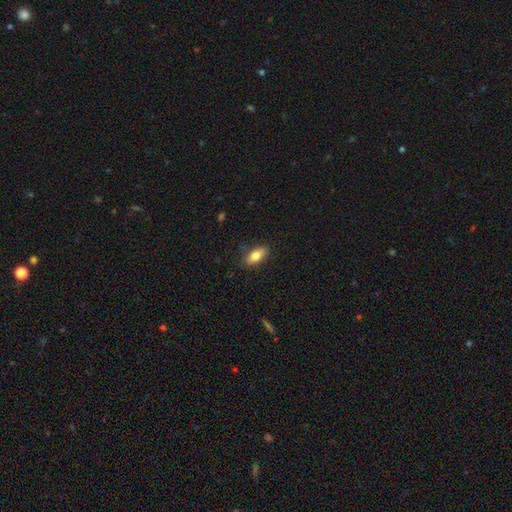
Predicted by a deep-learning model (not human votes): Overall: smooth (80%). How rounded: in between (84%). Merging: none (85%).